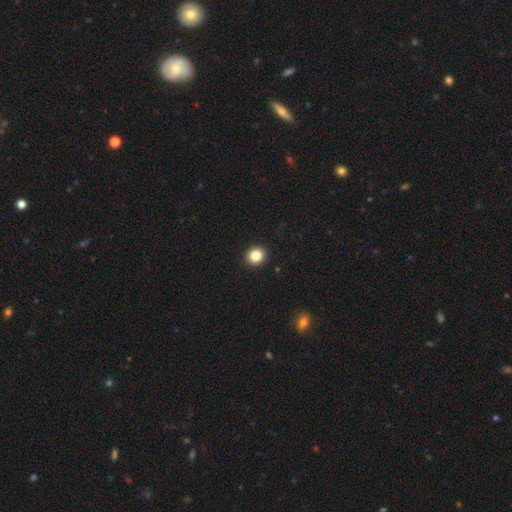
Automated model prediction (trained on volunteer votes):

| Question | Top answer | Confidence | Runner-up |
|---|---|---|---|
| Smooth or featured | smooth | 85% | star or artifact (10%) |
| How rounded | round | 85% | in between (14%) |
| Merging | none | 93% | minor disturbance (5%) |